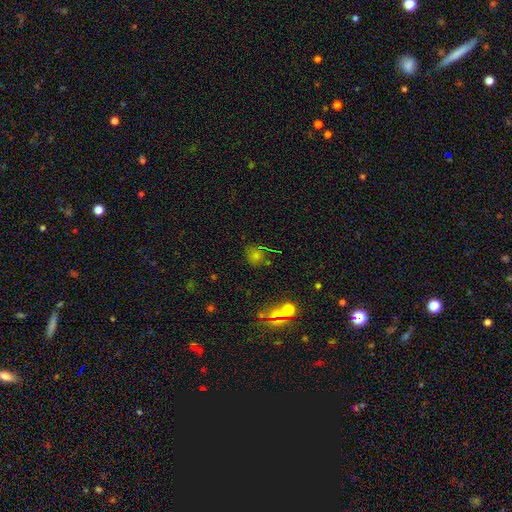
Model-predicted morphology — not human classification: The model was most divided on "smooth or featured": smooth: 57%, star or artifact: 34%, featured or disk: 9%. More confident: how rounded — round (78%); merging — none (73%).